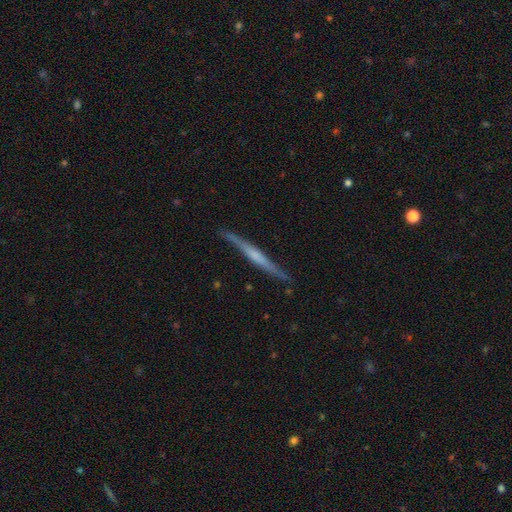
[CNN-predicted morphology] Smooth or featured: featured or disk — 68% (smooth — 27%)
Edge-on disk: yes — 97% (no — 3%)
Edge-on bulge: none — 41% (rounded — 37%)
Merging: none — 87% (minor disturbance — 10%)